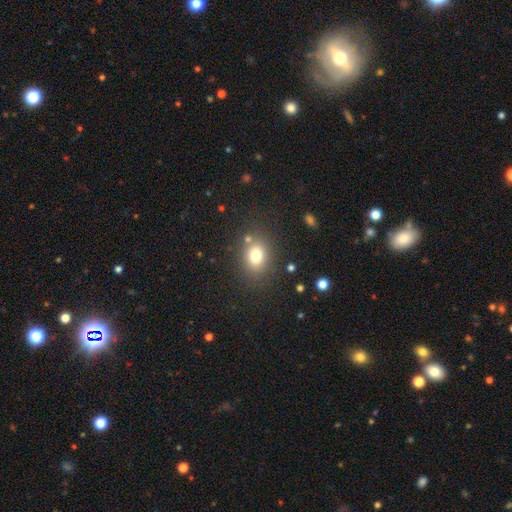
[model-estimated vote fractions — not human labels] Smooth or featured? Predicted: smooth (p=0.77). How rounded? Predicted: round (p=0.50). Merging? Predicted: none (p=0.77).